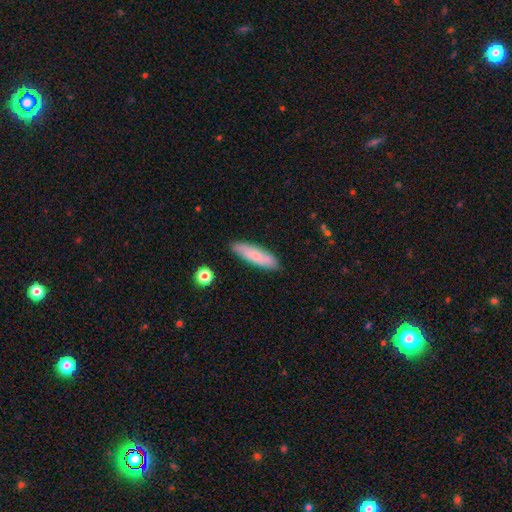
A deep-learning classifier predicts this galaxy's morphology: Smooth or featured? Predicted: smooth (p=0.74). How rounded? Predicted: cigar-shaped (p=0.67). Merging? Predicted: none (p=0.85).